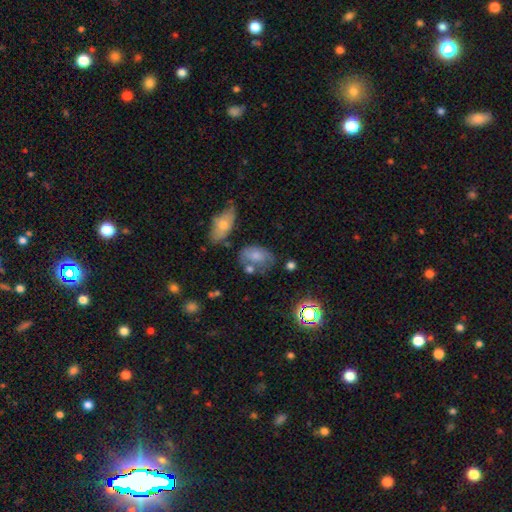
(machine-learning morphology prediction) This appears to be a smooth galaxy with no disk features (67%) that is in between round and cigar-shaped (80%). Merging: none (45%).